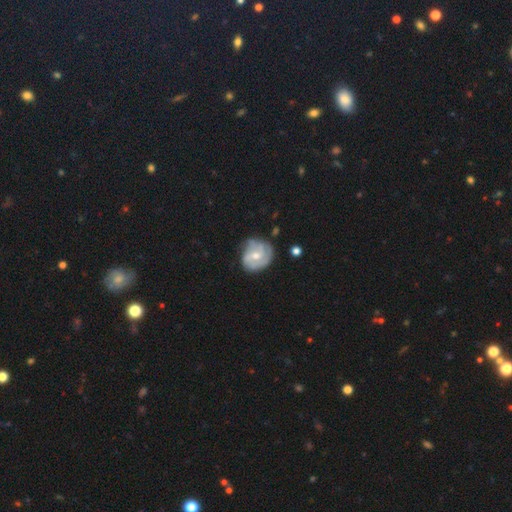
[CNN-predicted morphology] A featured or disk galaxy (73%) with no bar (57%), 3 (33%) tight (49%) spiral arms (88%) and a moderate central bulge (52%).

Vote fractions:
- Smooth or featured? featured or disk: 73% / smooth: 22% / star or artifact: 6%
- Edge-on disk? no: 98% / yes: 2%
- Bar? no: 57% / weak: 36% / strong: 7%
- Spiral arms? yes: 88% / no: 12%
- Spiral winding? tight: 49% / medium: 37% / loose: 14%
- Spiral arm count? 3: 33% / can't tell: 26% / 2: 25% / 4: 8% / 1: 5% / more than 4: 4%
- Bulge size? moderate: 52% / small: 44% / large: 2% / none: 1% / dominant: 1%
- Merging? none: 63% / minor disturbance: 26% / major disturbance: 9% / merger: 3%